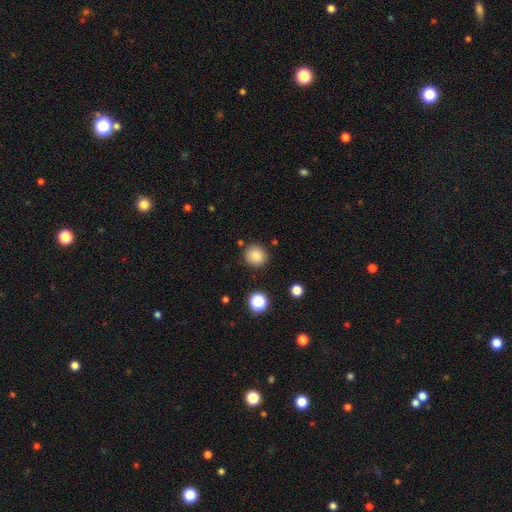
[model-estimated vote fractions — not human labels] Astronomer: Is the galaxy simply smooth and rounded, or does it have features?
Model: smooth — 85%.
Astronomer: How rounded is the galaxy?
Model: round — 91%.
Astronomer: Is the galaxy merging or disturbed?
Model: none — 86%.